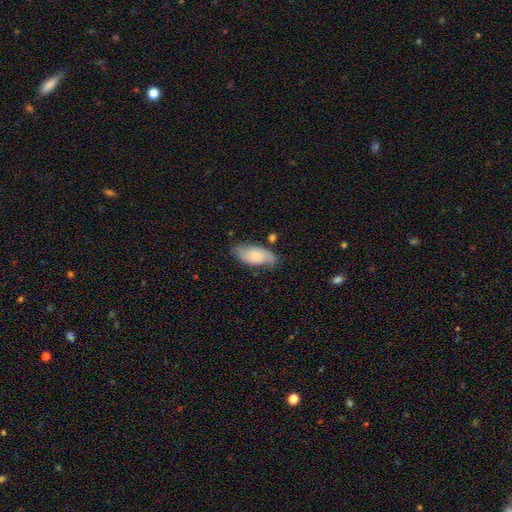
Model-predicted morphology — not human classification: Q: Smooth or featured?
A: smooth (55%); runner-up: featured or disk (39%)
Q: How rounded?
A: in between (91%); runner-up: cigar-shaped (6%)
Q: Merging?
A: none (70%); runner-up: minor disturbance (22%)